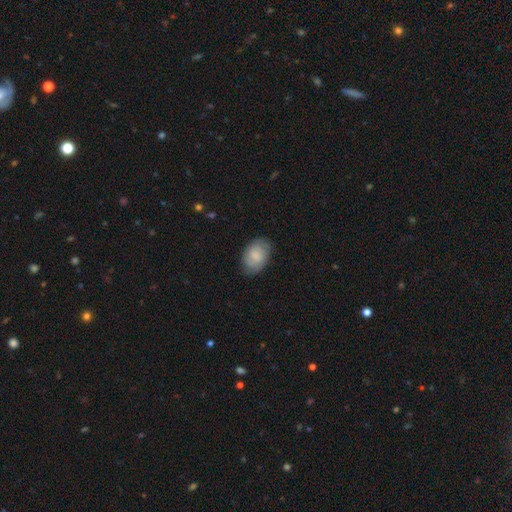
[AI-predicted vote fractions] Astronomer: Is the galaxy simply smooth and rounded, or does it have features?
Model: smooth — 72%.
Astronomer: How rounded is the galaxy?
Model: in between — 84%.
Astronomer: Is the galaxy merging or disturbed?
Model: none — 75%.